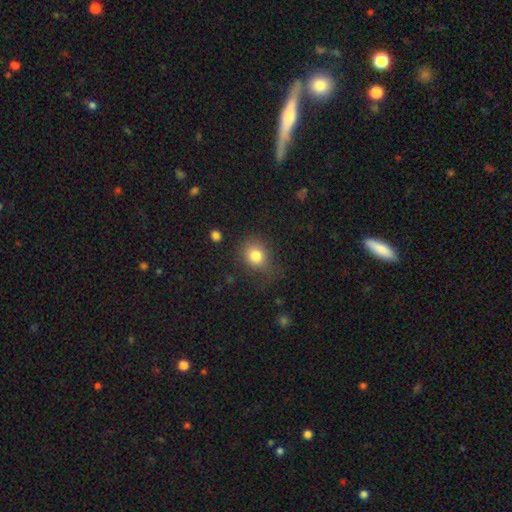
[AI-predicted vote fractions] A smooth galaxy with no disk features (81%) that is round (63%). Merging: none (64%).